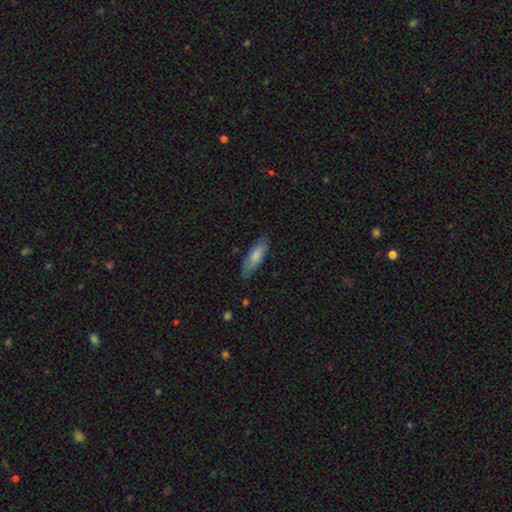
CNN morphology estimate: A smooth galaxy with no disk features (79%) that is in between round and cigar-shaped (53%).

Vote fractions:
- Smooth or featured? smooth: 79% / featured or disk: 16% / star or artifact: 6%
- How rounded? in between: 53% / cigar-shaped: 45% / round: 2%
- Merging? none: 81% / minor disturbance: 15% / major disturbance: 3% / merger: 1%